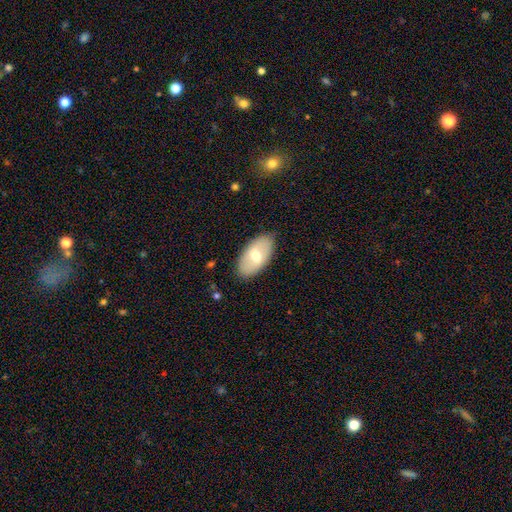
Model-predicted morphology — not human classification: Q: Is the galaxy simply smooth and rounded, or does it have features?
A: smooth — 62%.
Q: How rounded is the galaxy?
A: in between — 94%.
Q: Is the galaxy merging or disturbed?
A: none — 85%.